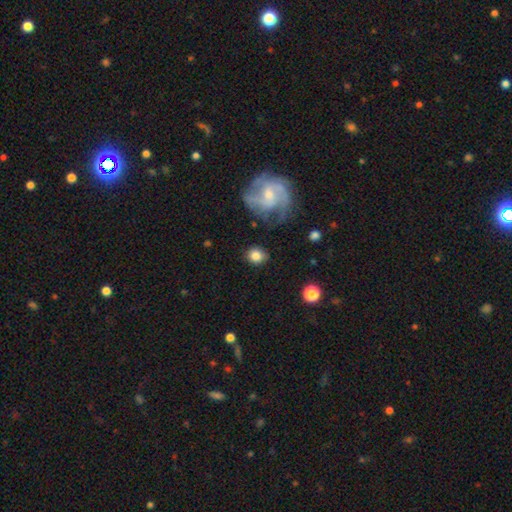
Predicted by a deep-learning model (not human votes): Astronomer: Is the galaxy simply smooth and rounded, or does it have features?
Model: smooth — 79%.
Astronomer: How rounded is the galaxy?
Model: round — 76%.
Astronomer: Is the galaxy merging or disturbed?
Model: none — 79%.